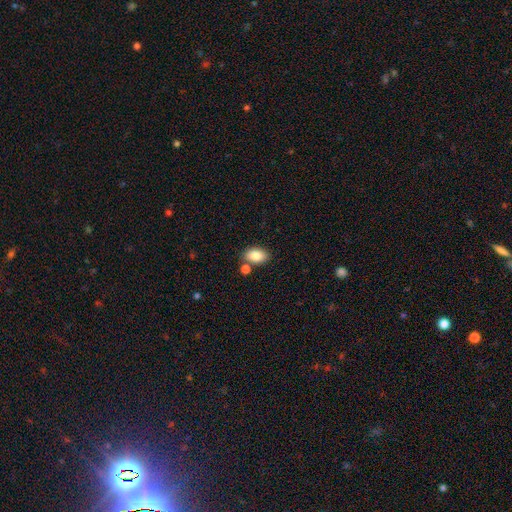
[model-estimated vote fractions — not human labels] A smooth galaxy with no disk features (84%) that is in between round and cigar-shaped (89%).

Vote fractions:
- Smooth or featured? smooth: 84% / featured or disk: 9% / star or artifact: 8%
- How rounded? in between: 89% / round: 10% / cigar-shaped: 1%
- Merging? none: 74% / merger: 13% / minor disturbance: 10% / major disturbance: 2%